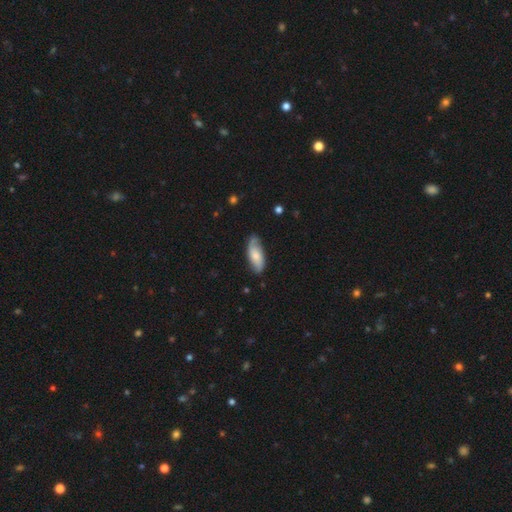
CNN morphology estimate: A smooth galaxy with no disk features (48%). Merging: none (73%).